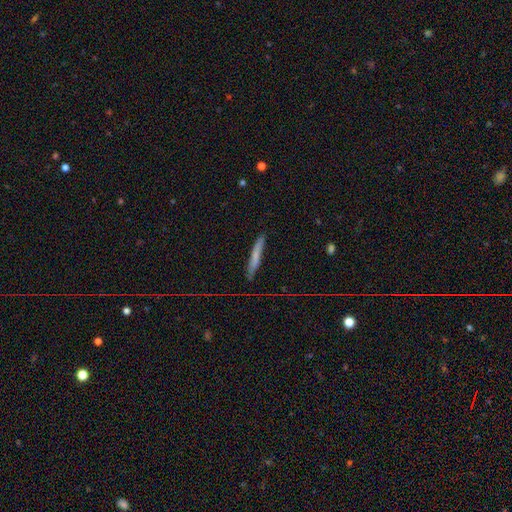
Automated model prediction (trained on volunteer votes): This appears to be a smooth galaxy with no disk features (64%) that is cigar-shaped (95%). Merging: none (81%).